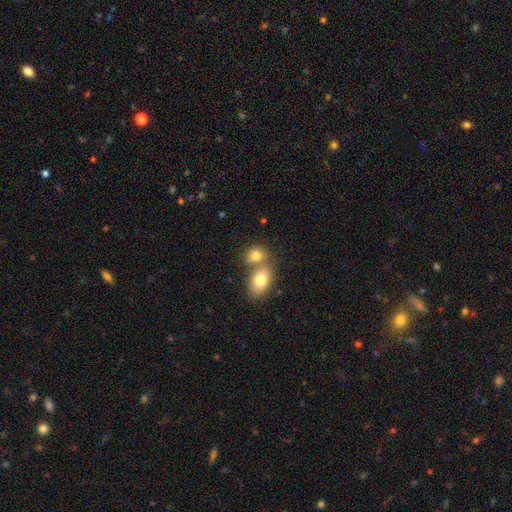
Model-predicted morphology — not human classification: Smooth or featured?
  - smooth: 80% *
  - featured or disk: 12%
  - star or artifact: 8%
How rounded?
  - in between: 59% *
  - round: 40%
  - cigar-shaped: 1%
Merging?
  - merger: 54% *
  - none: 35%
  - minor disturbance: 8%
  - major disturbance: 3%